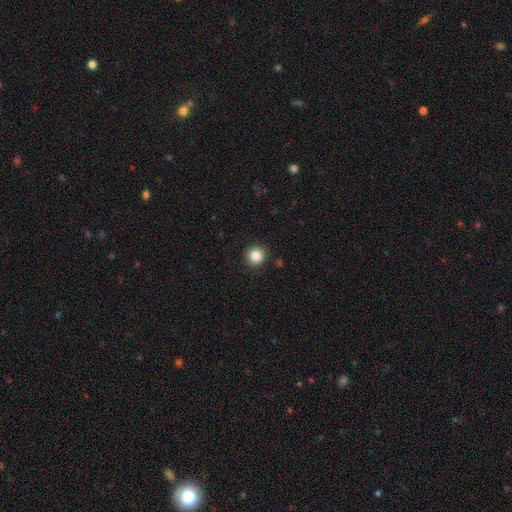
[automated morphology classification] A smooth galaxy with no disk features (86%) that is round (95%). Merging: none (91%).